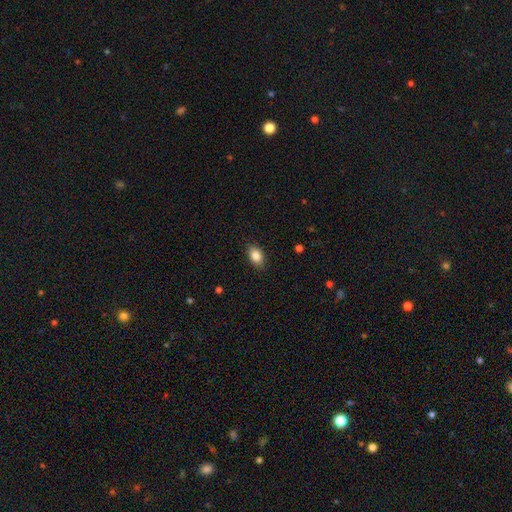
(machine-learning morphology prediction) The model was most divided on "how rounded": in between: 86%, round: 12%, cigar-shaped: 2%. More confident: merging — none (87%); smooth or featured — smooth (86%).